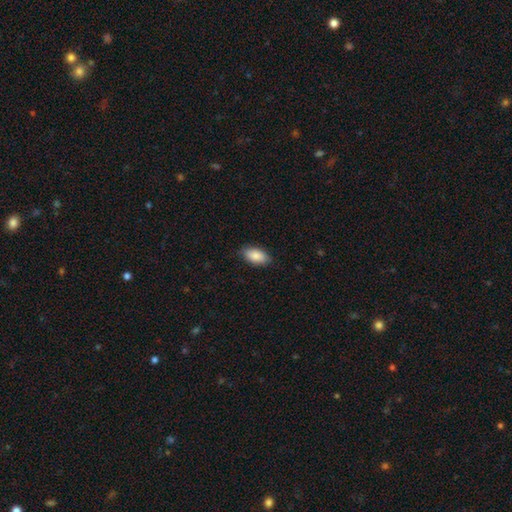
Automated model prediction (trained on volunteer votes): Smooth or featured: smooth — 87% (featured or disk — 7%)
How rounded: in between — 92% (cigar-shaped — 4%)
Merging: none — 84% (minor disturbance — 13%)